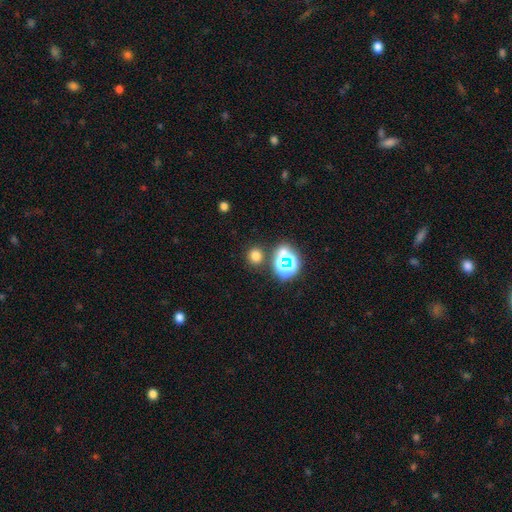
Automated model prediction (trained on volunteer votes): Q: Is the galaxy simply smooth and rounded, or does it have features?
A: smooth — 69%.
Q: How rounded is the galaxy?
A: round — 86%.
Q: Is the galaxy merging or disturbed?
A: none — 83%.